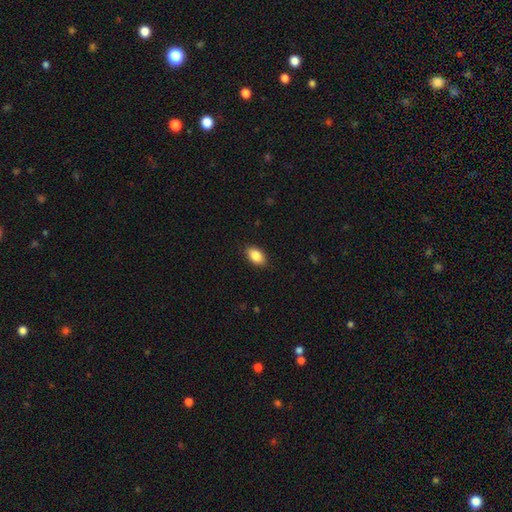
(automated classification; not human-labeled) A smooth galaxy with no disk features (88%) that is in between round and cigar-shaped (91%). Merging: none (88%).